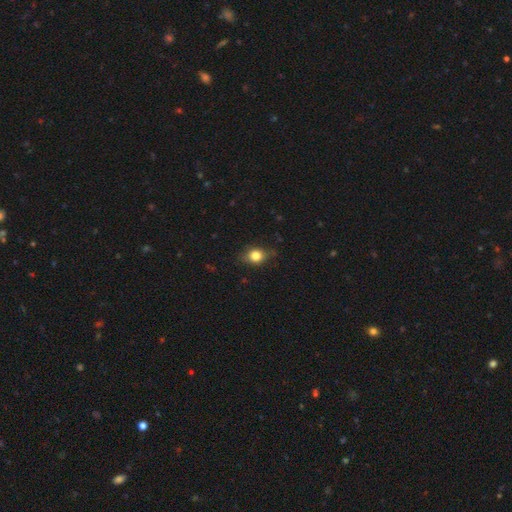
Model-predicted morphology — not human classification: Q: Smooth or featured?
A: smooth (79%); runner-up: featured or disk (11%)
Q: How rounded?
A: round (52%); runner-up: in between (46%)
Q: Merging?
A: none (74%); runner-up: minor disturbance (20%)